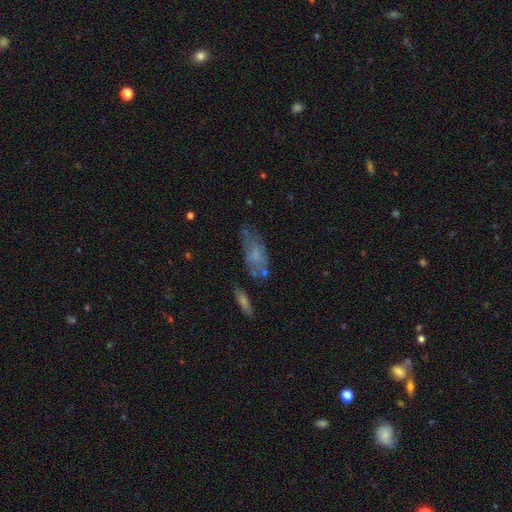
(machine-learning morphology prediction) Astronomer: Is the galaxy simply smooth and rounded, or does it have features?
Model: smooth — 53% (runner-up: featured or disk, 38%).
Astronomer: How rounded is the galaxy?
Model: in between — 80%.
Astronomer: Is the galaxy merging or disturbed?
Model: none — 49% (runner-up: minor disturbance, 27%).